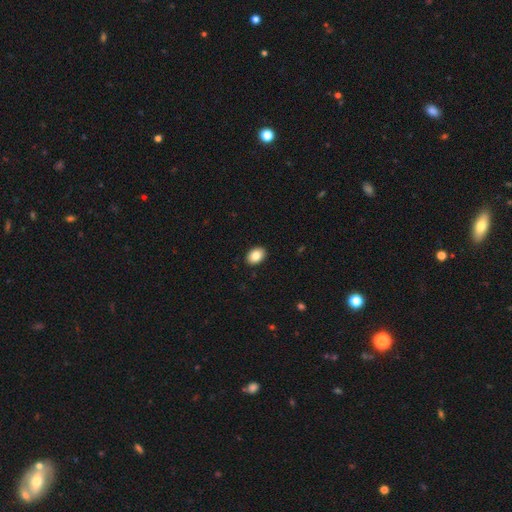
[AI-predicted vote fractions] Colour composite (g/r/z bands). It shows a smooth galaxy with no disk features (86%) that is in between round and cigar-shaped (76%). Merging: none (91%).